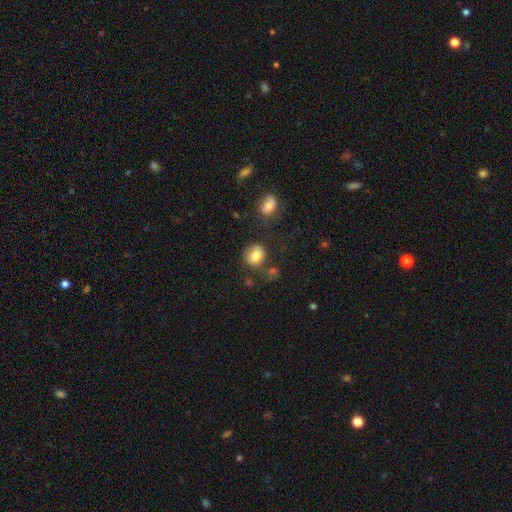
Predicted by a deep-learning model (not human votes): Q: Smooth or featured?
A: smooth (82%); runner-up: star or artifact (10%)
Q: How rounded?
A: round (62%); runner-up: in between (37%)
Q: Merging?
A: none (65%); runner-up: minor disturbance (19%)